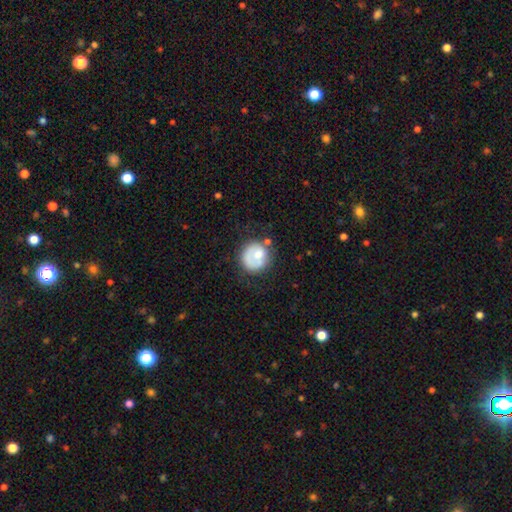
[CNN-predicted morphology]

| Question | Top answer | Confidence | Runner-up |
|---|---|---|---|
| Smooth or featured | smooth | 62% | featured or disk (30%) |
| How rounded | round | 85% | in between (14%) |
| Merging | none | 58% | minor disturbance (21%) |